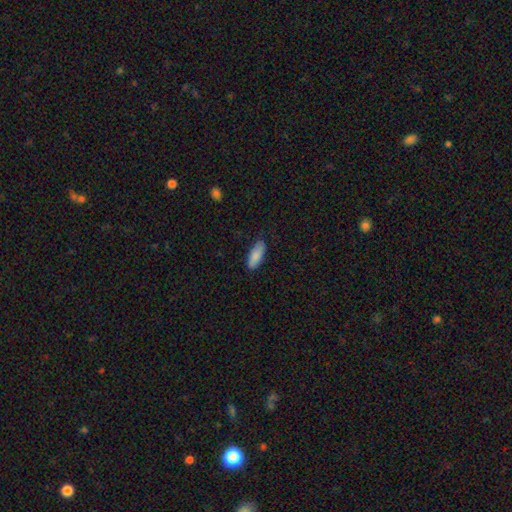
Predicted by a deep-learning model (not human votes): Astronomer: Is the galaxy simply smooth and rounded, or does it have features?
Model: smooth — 87%.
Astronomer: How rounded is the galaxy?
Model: in between — 75%.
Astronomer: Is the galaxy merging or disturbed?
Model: none — 80%.